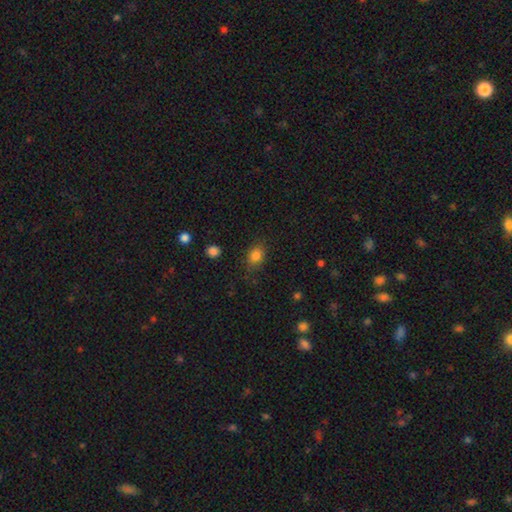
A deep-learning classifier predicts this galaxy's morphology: Smooth or featured? Predicted: smooth (p=0.82). How rounded? Predicted: in between (p=0.57). Merging? Predicted: none (p=0.78).